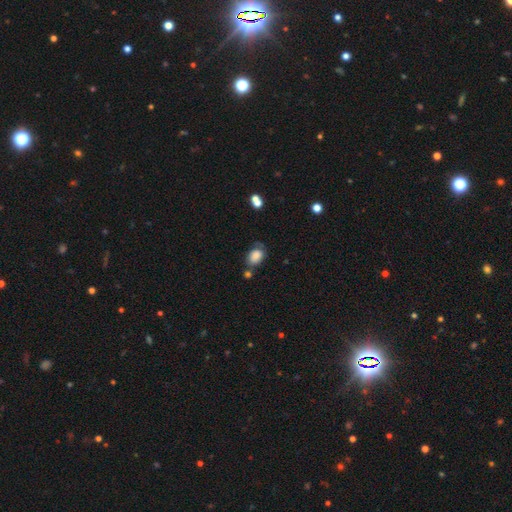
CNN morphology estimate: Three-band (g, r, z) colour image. It shows a smooth galaxy with no disk features (82%) that is in between round and cigar-shaped (78%). Merging: none (53%).